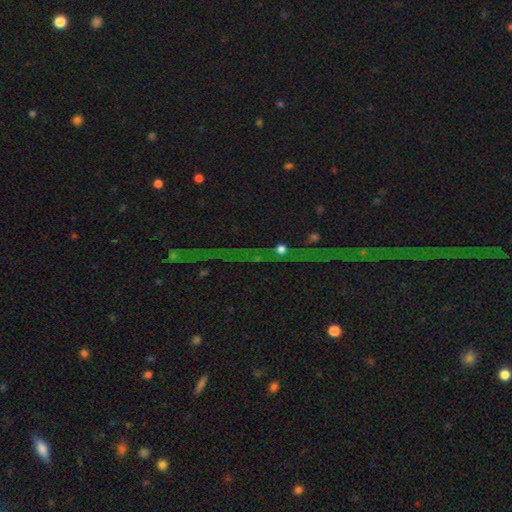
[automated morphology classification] The model was most divided on "smooth or featured": star or artifact: 82%, featured or disk: 10%, smooth: 8%.